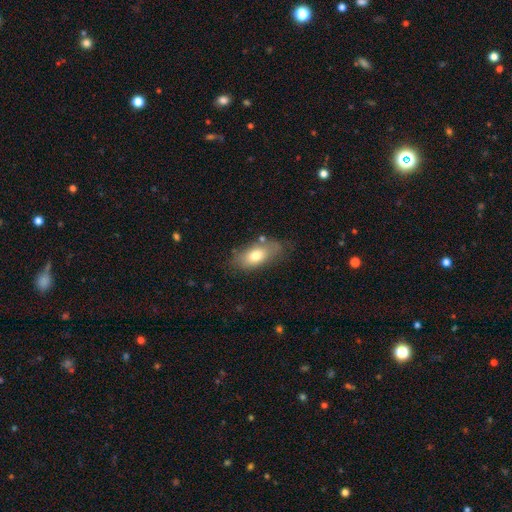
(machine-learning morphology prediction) This appears to be a smooth galaxy with no disk features (74%) that is in between round and cigar-shaped (88%). Merging: none (67%).